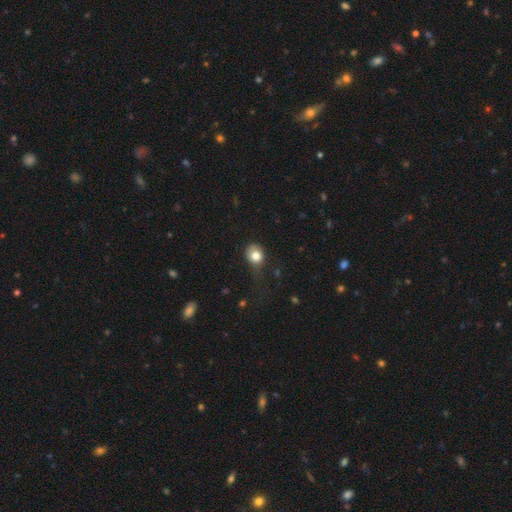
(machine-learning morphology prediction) A smooth galaxy with no disk features (79%) that is round (63%).

Vote fractions:
- Smooth or featured? smooth: 79% / featured or disk: 11% / star or artifact: 10%
- How rounded? round: 63% / in between: 36% / cigar-shaped: 1%
- Merging? none: 44% / minor disturbance: 35% / major disturbance: 19% / merger: 2%